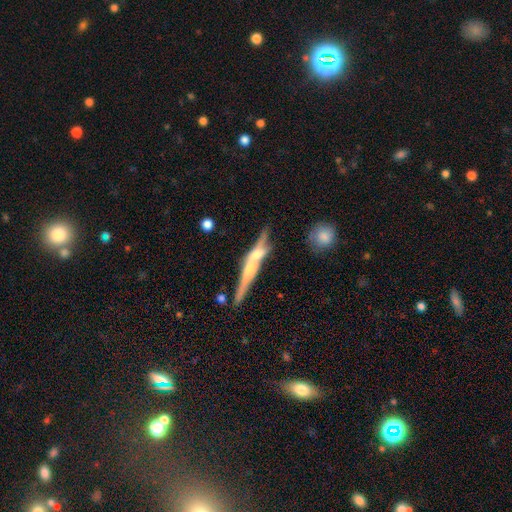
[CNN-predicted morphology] type=featured or disk (62%); edge-on=yes (90%); edge-on bulge=rounded (61%); merging=none (47%).